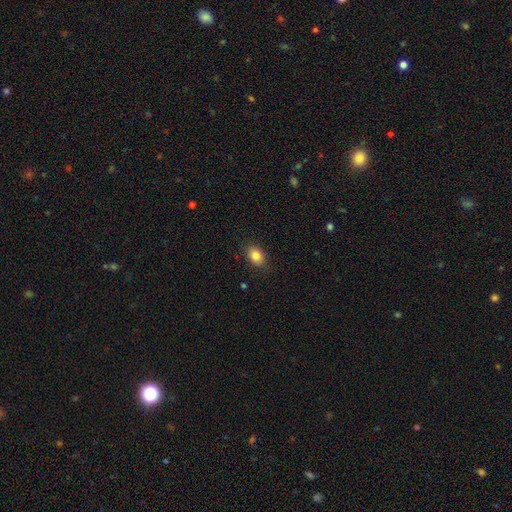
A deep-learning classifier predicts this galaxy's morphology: A smooth galaxy with no disk features (84%) that is in between round and cigar-shaped (74%). Merging: none (87%).